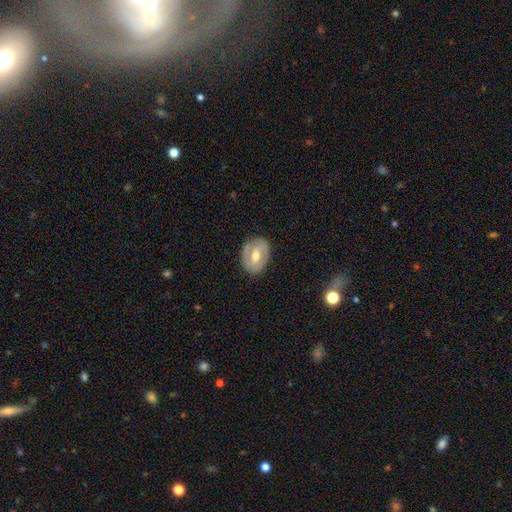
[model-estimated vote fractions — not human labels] Smooth or featured? featured or disk (57%)
Edge-on disk? no (94%)
Bar? weak (44%)
Spiral arms? no (53%)
Bulge size? moderate (73%)
Merging? none (80%)